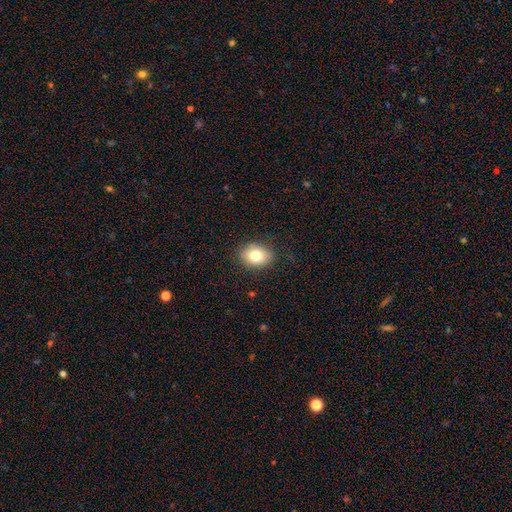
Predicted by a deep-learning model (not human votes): smooth_or_featured: smooth (p=0.81) [alt: featured or disk p=0.11]
how_rounded: in between (p=0.68) [alt: round p=0.31]
merging: none (p=0.86) [alt: minor disturbance p=0.10]